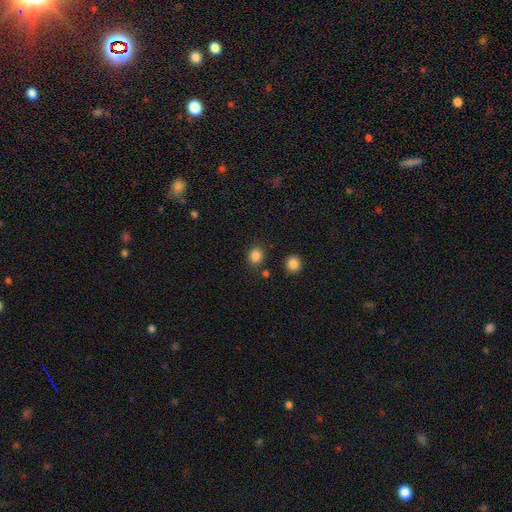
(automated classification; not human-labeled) Smooth or featured? Predicted: smooth (p=0.85). How rounded? Predicted: round (p=0.70). Merging? Predicted: none (p=0.83).